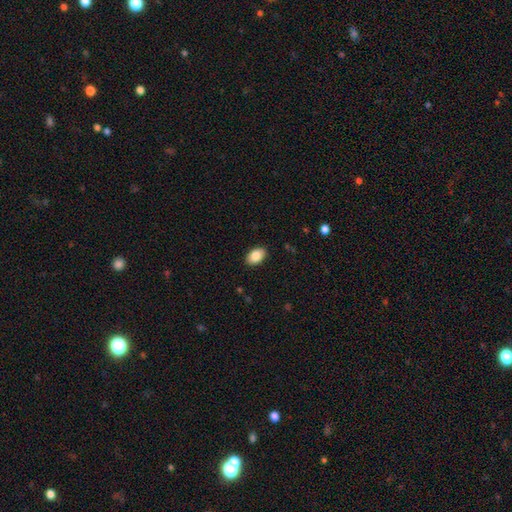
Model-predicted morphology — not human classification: Smooth or featured?
  - smooth: 87% *
  - star or artifact: 7%
  - featured or disk: 6%
How rounded?
  - in between: 91% *
  - round: 8%
  - cigar-shaped: 1%
Merging?
  - none: 89% *
  - minor disturbance: 8%
  - major disturbance: 2%
  - merger: 1%